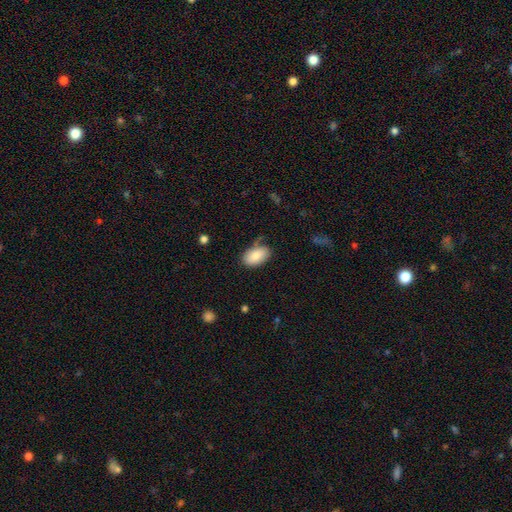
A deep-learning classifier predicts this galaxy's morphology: Overall: smooth (82%). How rounded: in between (94%). Merging: none (66%).